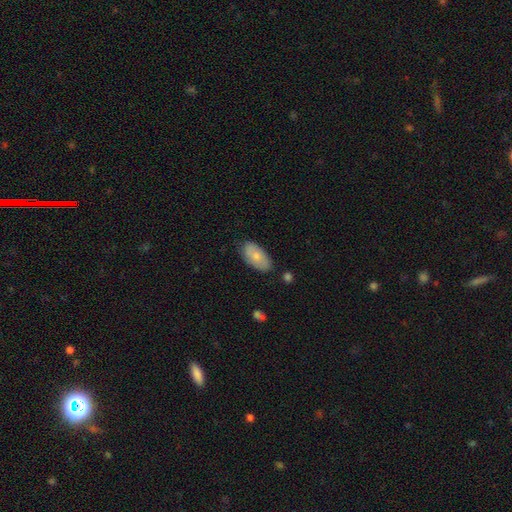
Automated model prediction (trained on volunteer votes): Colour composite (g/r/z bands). It shows a smooth galaxy with no disk features (74%) that is in between round and cigar-shaped (94%). Merging: none (77%).